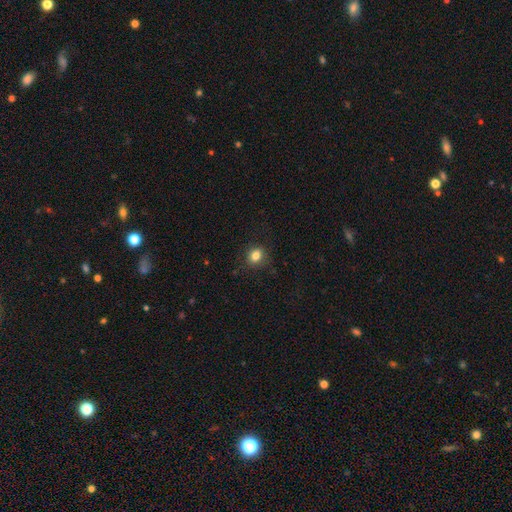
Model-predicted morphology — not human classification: smooth-or-featured: smooth: 82% | star or artifact: 11% | featured or disk: 6%
  how-rounded: round: 56% | in between: 43% | cigar-shaped: 1%
  merging: none: 84% | minor disturbance: 12% | major disturbance: 3% | merger: 1%